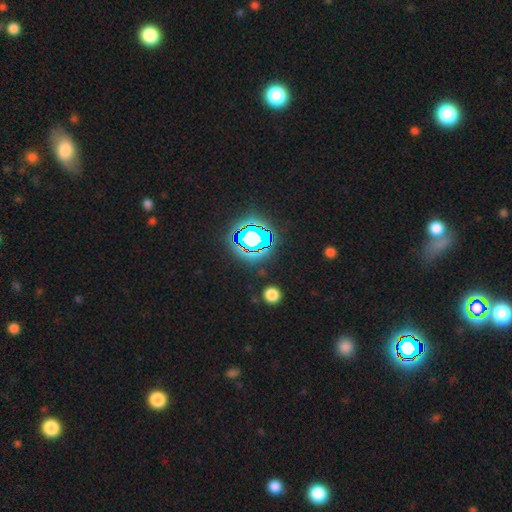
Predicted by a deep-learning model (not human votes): Morphology: type=star or artifact (79%).